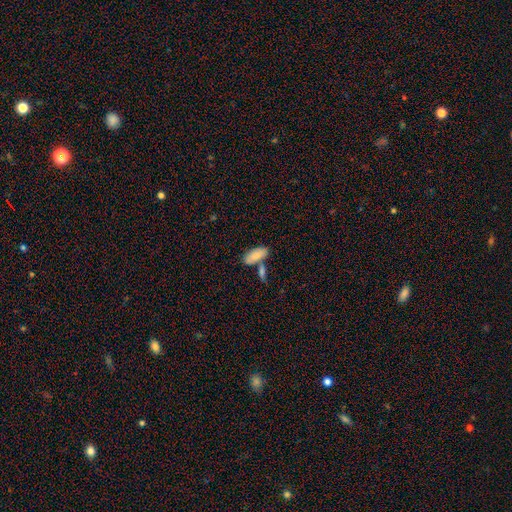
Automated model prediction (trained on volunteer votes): Q: Smooth or featured?
A: smooth (82%); runner-up: featured or disk (12%)
Q: How rounded?
A: in between (84%); runner-up: cigar-shaped (13%)
Q: Merging?
A: none (57%); runner-up: merger (28%)